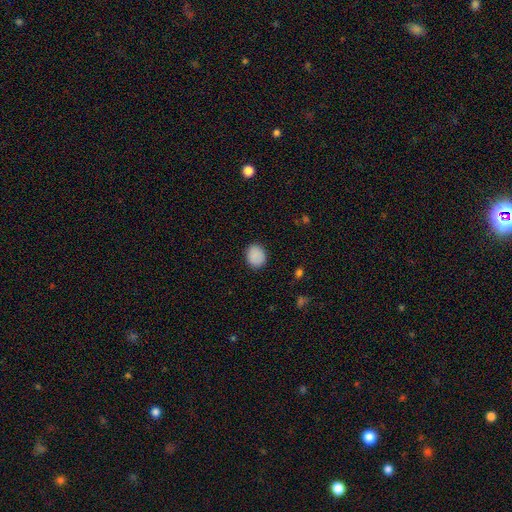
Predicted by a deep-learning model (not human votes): Overall: smooth (88%). How rounded: round (65%; in between 34%). Merging: none (87%).